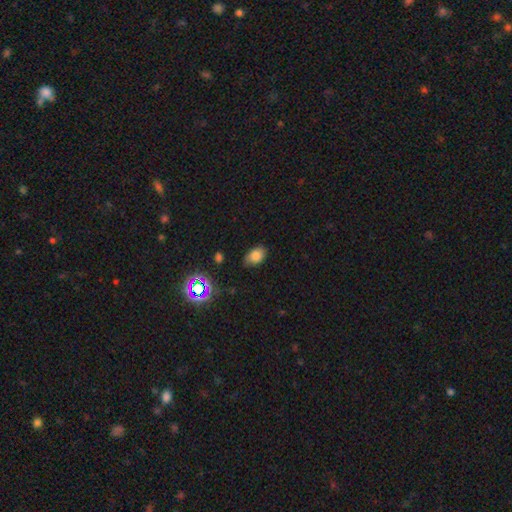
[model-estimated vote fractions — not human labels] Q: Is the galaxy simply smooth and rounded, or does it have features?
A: smooth — 77%.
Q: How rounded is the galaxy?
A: in between — 80%.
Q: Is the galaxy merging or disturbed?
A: none — 70%.